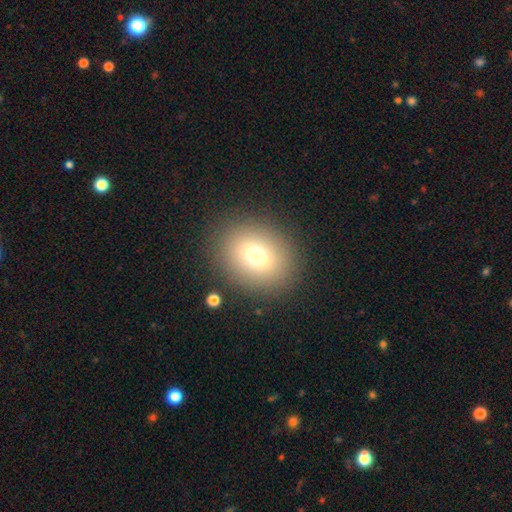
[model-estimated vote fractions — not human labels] This appears to be a smooth galaxy with no disk features (71%) that is round (62%). Merging: none (87%).